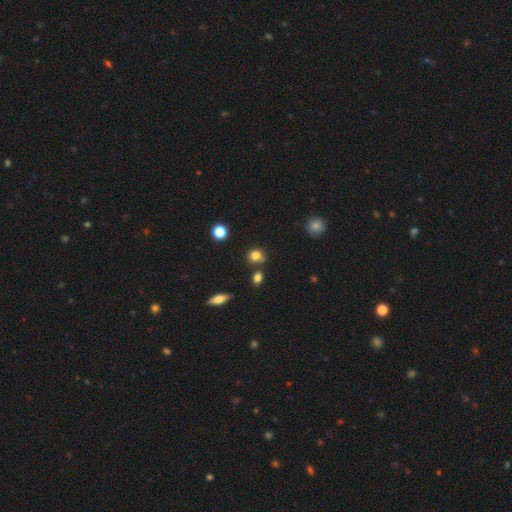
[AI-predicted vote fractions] smooth 81%, star or artifact 12%, featured or disk 7%. Down the decision tree: how rounded — round (73%); merging — none (70%).